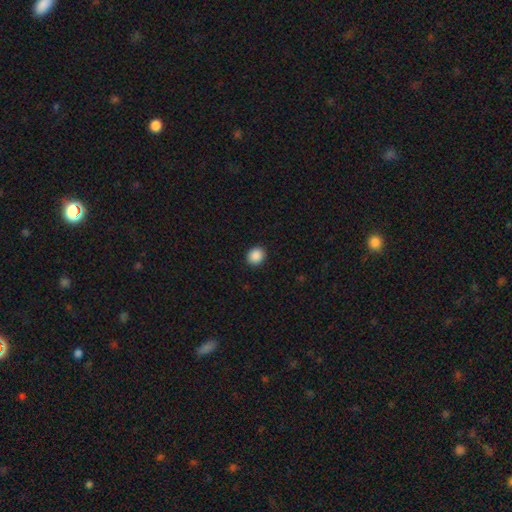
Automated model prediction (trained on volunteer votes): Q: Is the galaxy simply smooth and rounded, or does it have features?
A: smooth — 89%.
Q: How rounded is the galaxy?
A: round — 80%.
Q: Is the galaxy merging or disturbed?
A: none — 92%.